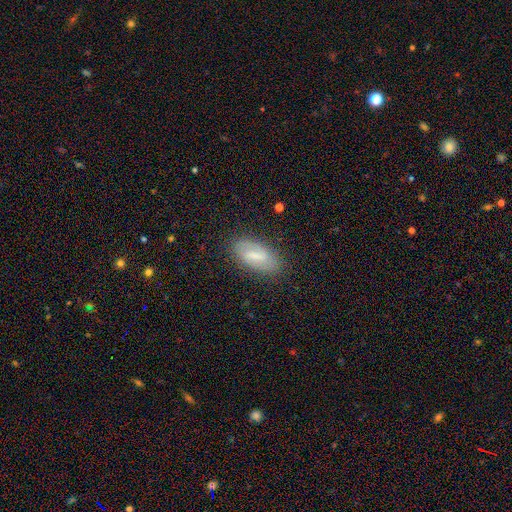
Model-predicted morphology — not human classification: Q: Smooth or featured?
A: smooth (51%); runner-up: featured or disk (41%)
Q: How rounded?
A: in between (85%); runner-up: cigar-shaped (11%)
Q: Merging?
A: none (82%); runner-up: minor disturbance (13%)